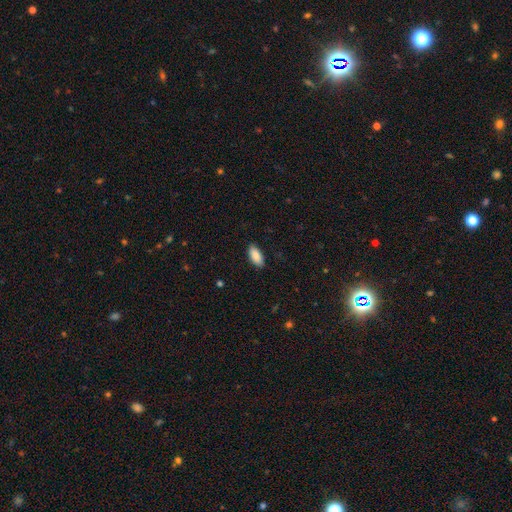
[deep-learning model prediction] Smooth or featured?
  - smooth: 88% *
  - star or artifact: 6%
  - featured or disk: 5%
How rounded?
  - in between: 90% *
  - cigar-shaped: 9%
  - round: 2%
Merging?
  - none: 88% *
  - minor disturbance: 9%
  - major disturbance: 2%
  - merger: 1%